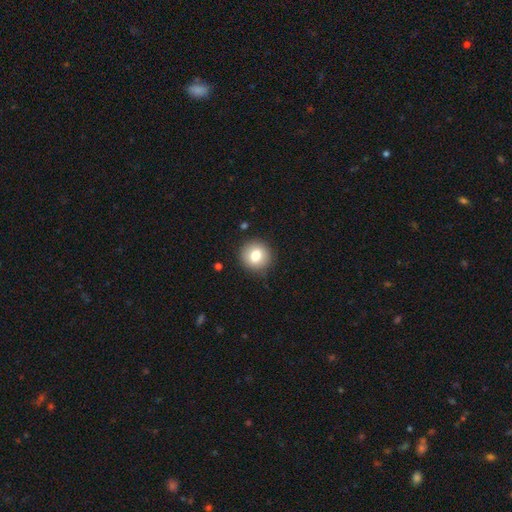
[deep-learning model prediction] Q: Smooth or featured?
A: smooth (79%); runner-up: featured or disk (12%)
Q: How rounded?
A: round (91%); runner-up: in between (8%)
Q: Merging?
A: none (89%); runner-up: minor disturbance (7%)